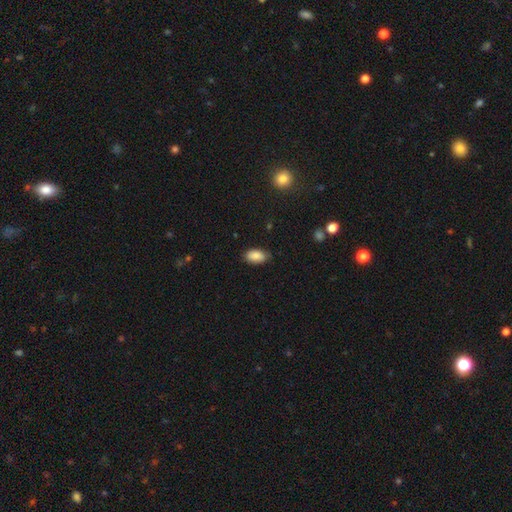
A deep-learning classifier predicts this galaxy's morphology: smooth-or-featured: smooth: 86% | star or artifact: 7% | featured or disk: 6%
  how-rounded: in between: 94% | round: 4% | cigar-shaped: 2%
  merging: none: 79% | minor disturbance: 17% | major disturbance: 3% | merger: 1%